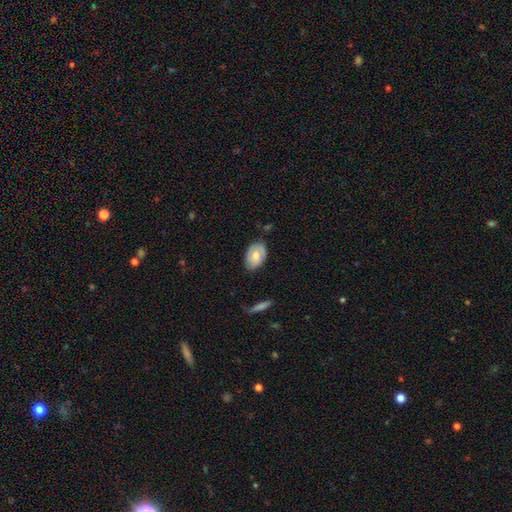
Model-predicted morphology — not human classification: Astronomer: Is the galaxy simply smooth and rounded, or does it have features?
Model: smooth — 62%.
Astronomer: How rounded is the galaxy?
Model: in between — 86%.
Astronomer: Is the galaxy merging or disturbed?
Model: none — 74%.